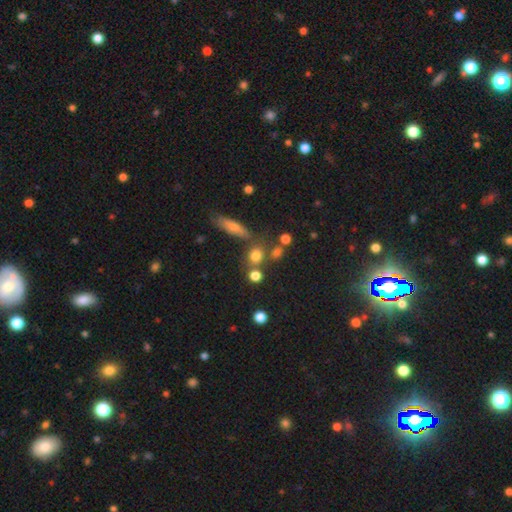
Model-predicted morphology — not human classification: Q: Smooth or featured?
A: smooth (75%); runner-up: star or artifact (15%)
Q: How rounded?
A: round (72%); runner-up: in between (22%)
Q: Merging?
A: none (66%); runner-up: merger (18%)